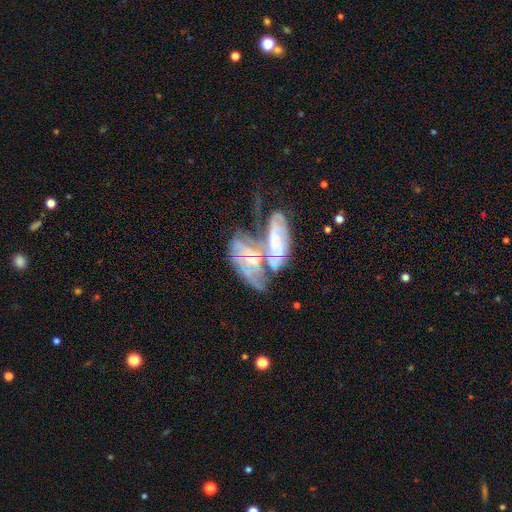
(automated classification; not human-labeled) Morphology: type=featured or disk (71%); edge-on=no (88%); bar=no (49%); spiral arms=yes (78%); bulge=small (49%); merging=merger (72%).